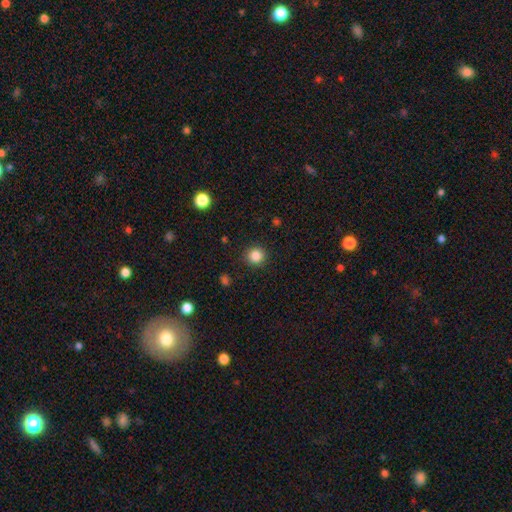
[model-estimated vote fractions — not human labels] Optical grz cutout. It shows a smooth galaxy with no disk features (85%) that is round (93%). Merging: none (91%).